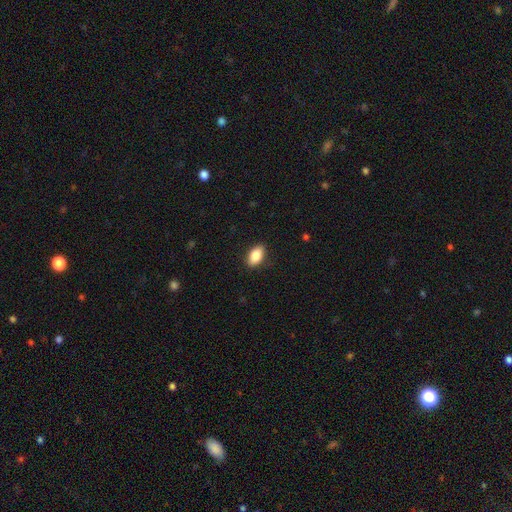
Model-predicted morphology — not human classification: smooth-or-featured: smooth: 86% | star or artifact: 7% | featured or disk: 7%
  how-rounded: in between: 91% | round: 6% | cigar-shaped: 3%
  merging: none: 88% | minor disturbance: 9% | major disturbance: 2% | merger: 1%